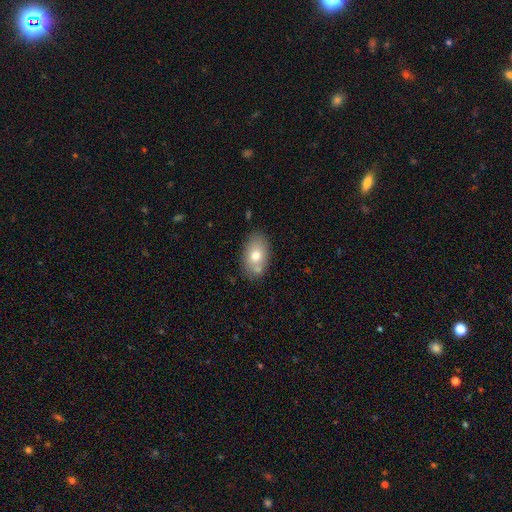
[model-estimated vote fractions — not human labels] Smooth or featured? smooth (72%)
How rounded? in between (88%)
Merging? none (71%)